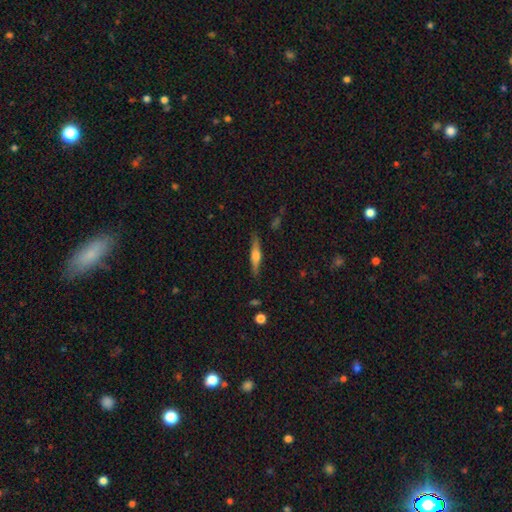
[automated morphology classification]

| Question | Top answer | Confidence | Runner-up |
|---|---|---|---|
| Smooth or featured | featured or disk | 58% | smooth (36%) |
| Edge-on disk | yes | 96% | no (4%) |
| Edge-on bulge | rounded | 86% | boxy (10%) |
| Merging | none | 86% | minor disturbance (10%) |